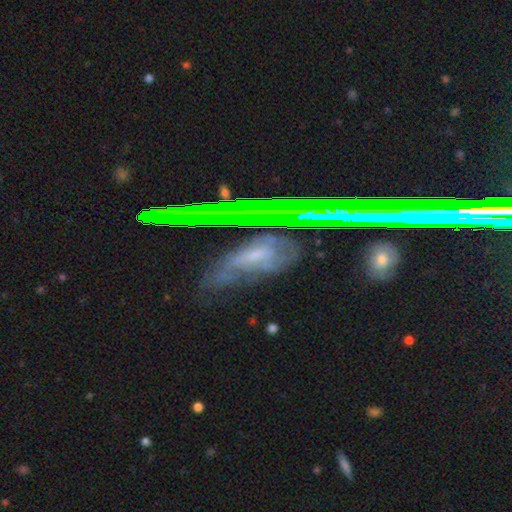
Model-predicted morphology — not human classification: Q: Smooth or featured?
A: featured or disk (57%); runner-up: star or artifact (22%)
Q: Edge-on disk?
A: no (81%); runner-up: yes (19%)
Q: Merging?
A: none (67%); runner-up: minor disturbance (21%)